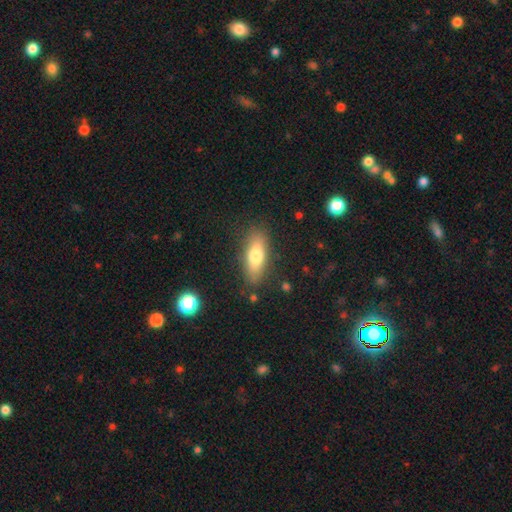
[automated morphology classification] A smooth galaxy with no disk features (73%) that is in between round and cigar-shaped (65%). Merging: none (84%).